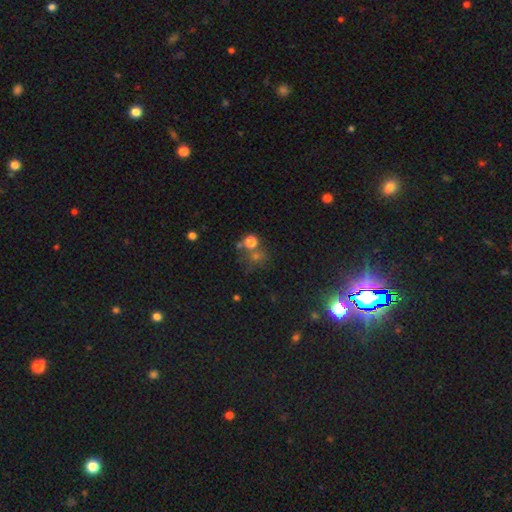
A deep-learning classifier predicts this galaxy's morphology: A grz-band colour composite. It shows a star or artifact, not a galaxy (69%).